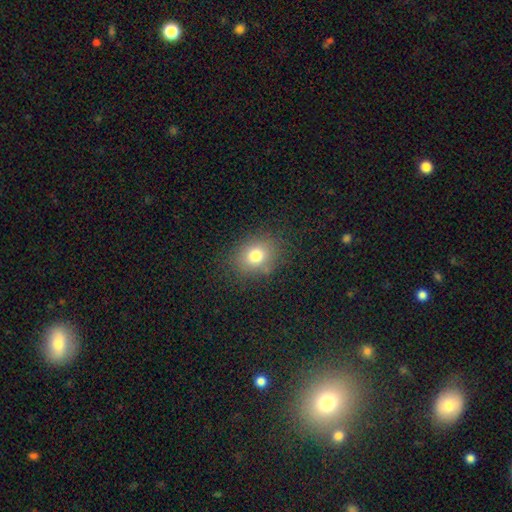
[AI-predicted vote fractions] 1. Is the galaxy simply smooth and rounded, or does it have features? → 76% smooth, 13% star or artifact, 10% featured or disk.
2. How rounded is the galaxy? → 55% round, 44% in between, 1% cigar-shaped.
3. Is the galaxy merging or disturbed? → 83% none, 11% minor disturbance, 5% major disturbance, 2% merger.